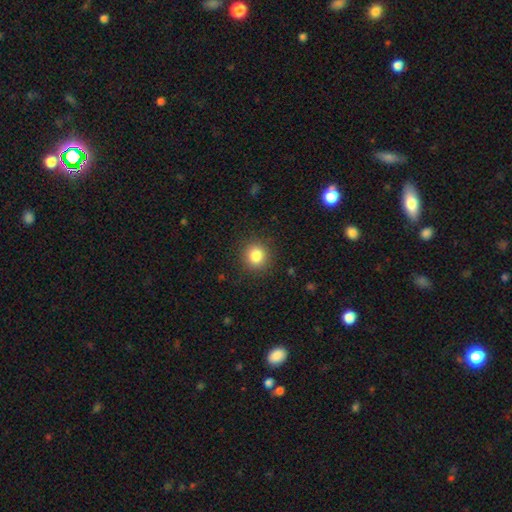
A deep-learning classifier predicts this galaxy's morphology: Smooth or featured: smooth — 84% (star or artifact — 11%)
How rounded: round — 89% (in between — 10%)
Merging: none — 90% (minor disturbance — 7%)